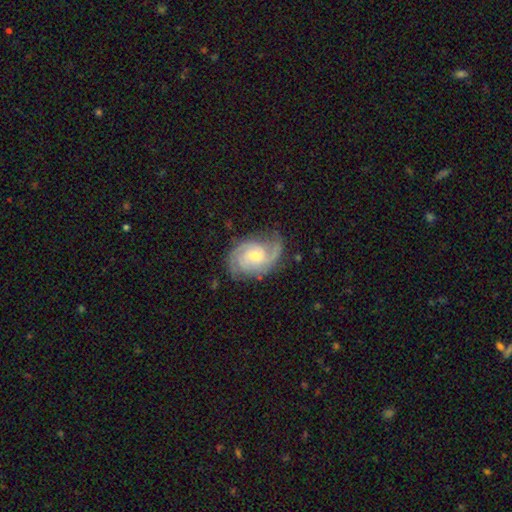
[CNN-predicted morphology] Smooth or featured? Predicted: featured or disk (p=0.87). Edge-on disk? Predicted: no (p=0.97). Bar? Predicted: no (p=0.62). Spiral arms? Predicted: yes (p=0.97). Spiral winding? Predicted: tight (p=0.48). Spiral arm count? Predicted: 2 (p=0.48). Bulge size? Predicted: moderate (p=0.56). Merging? Predicted: none (p=0.72).